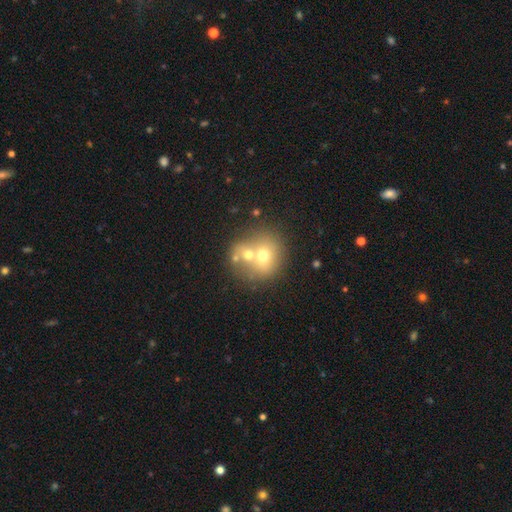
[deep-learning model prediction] A smooth galaxy with no disk features (58%) that is round (77%).

Vote fractions:
- Smooth or featured? smooth: 58% / featured or disk: 27% / star or artifact: 15%
- How rounded? round: 77% / in between: 22% / cigar-shaped: 1%
- Merging? merger: 55% / none: 33% / minor disturbance: 8% / major disturbance: 4%